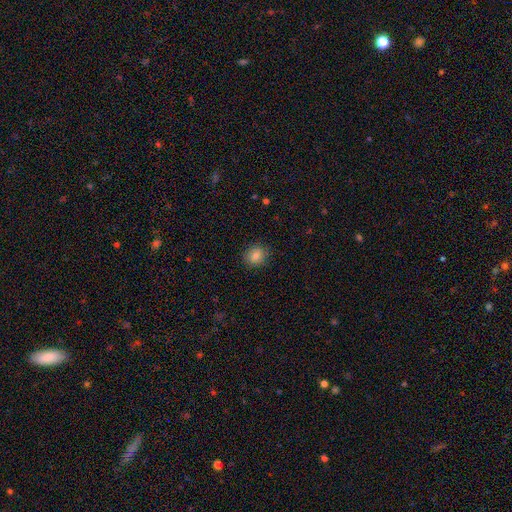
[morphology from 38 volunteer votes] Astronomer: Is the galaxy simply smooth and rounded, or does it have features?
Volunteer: smooth — 84%.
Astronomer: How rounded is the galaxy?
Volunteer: round — 88%.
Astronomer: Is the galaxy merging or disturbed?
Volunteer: none — 86%.